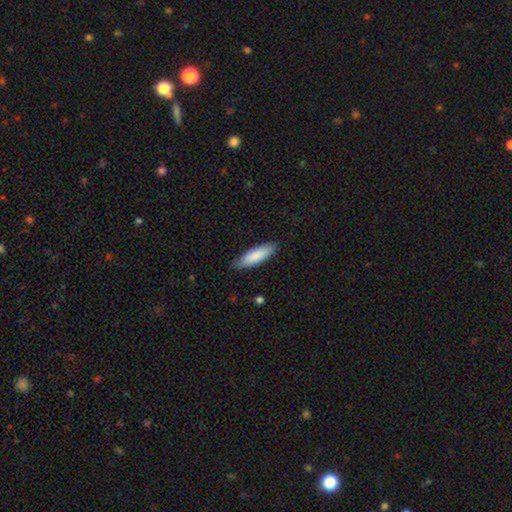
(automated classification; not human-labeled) Smooth or featured? Predicted: smooth (p=0.85). How rounded? Predicted: cigar-shaped (p=0.56). Merging? Predicted: none (p=0.85).